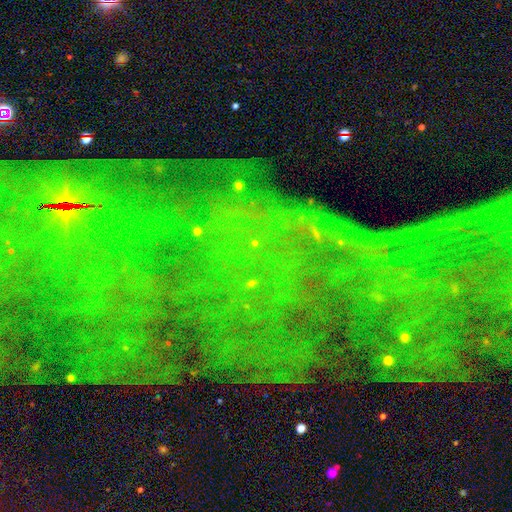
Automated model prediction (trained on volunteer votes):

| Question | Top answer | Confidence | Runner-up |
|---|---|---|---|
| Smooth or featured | star or artifact | 79% | featured or disk (13%) |